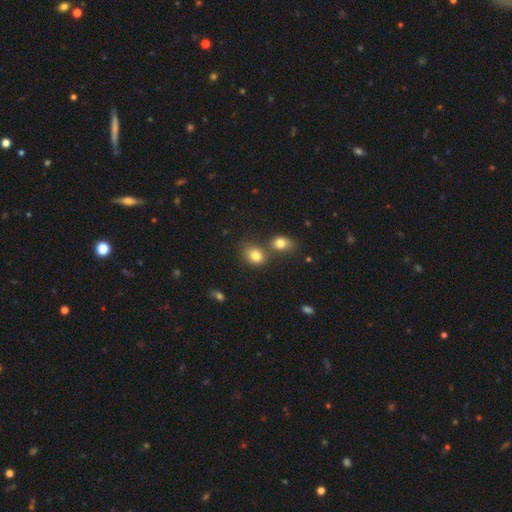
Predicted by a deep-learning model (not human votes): Morphology: type=smooth (81%); roundness=in between (55%); merging=none (48%).